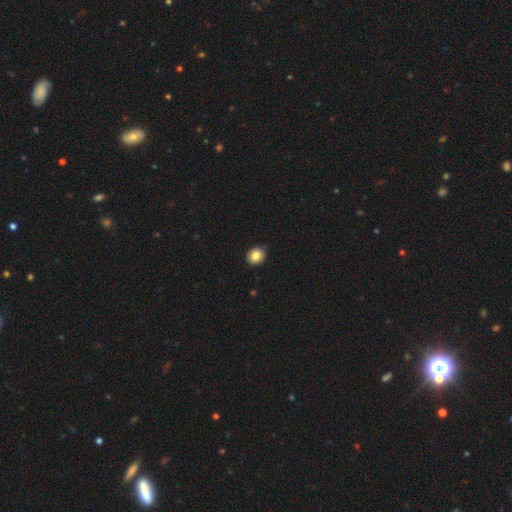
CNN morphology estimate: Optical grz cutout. It shows a smooth galaxy with no disk features (83%) that is round (72%). Merging: none (82%).